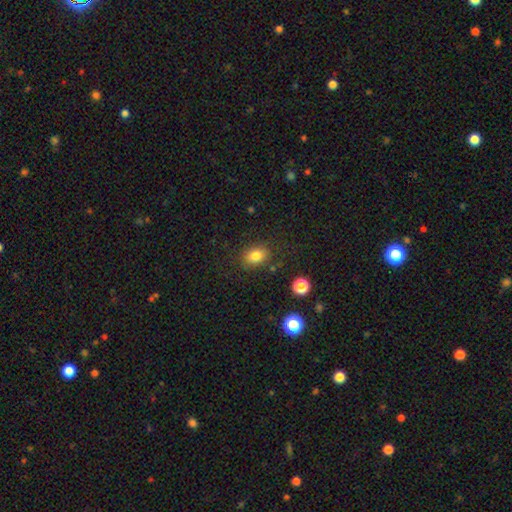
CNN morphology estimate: The model was most divided on "how rounded": in between: 70%, round: 29%, cigar-shaped: 1%. More confident: smooth or featured — smooth (82%); merging — none (81%).